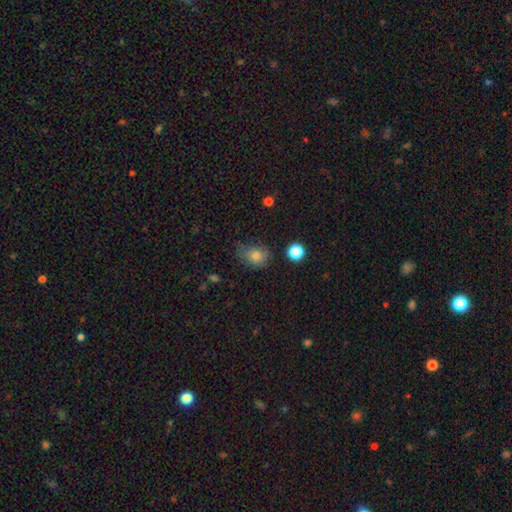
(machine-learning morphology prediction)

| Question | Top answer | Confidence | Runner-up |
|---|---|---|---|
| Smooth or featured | smooth | 78% | star or artifact (12%) |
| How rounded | round | 55% | in between (44%) |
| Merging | none | 58% | minor disturbance (31%) |